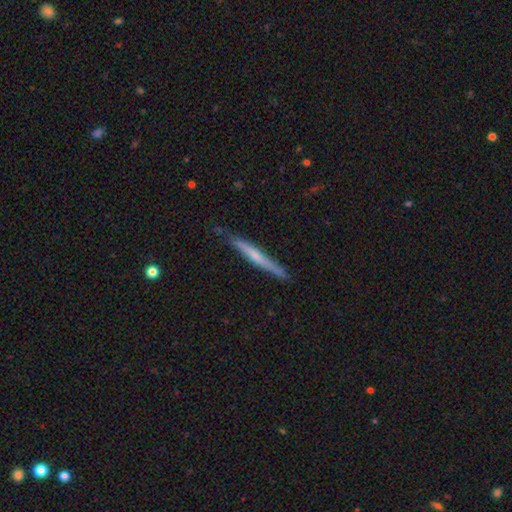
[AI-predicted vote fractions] Smooth or featured? featured or disk (50%)
Edge-on disk? yes (96%)
Merging? none (81%)